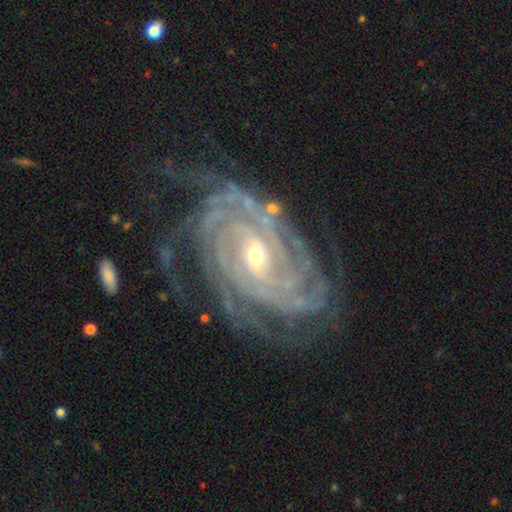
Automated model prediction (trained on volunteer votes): Q: Smooth or featured?
A: featured or disk (92%); runner-up: star or artifact (5%)
Q: Edge-on disk?
A: no (97%); runner-up: yes (3%)
Q: Bar?
A: weak (39%); runner-up: no (33%)
Q: Spiral arms?
A: yes (98%); runner-up: no (2%)
Q: Spiral winding?
A: tight (75%); runner-up: medium (21%)
Q: Spiral arm count?
A: 4 (24%); runner-up: 3 (18%)
Q: Bulge size?
A: small (63%); runner-up: moderate (34%)
Q: Merging?
A: none (68%); runner-up: minor disturbance (18%)